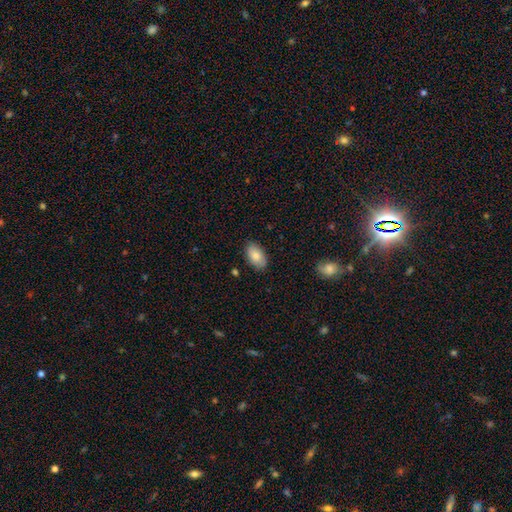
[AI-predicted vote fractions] Smooth or featured? Predicted: smooth (p=0.83). How rounded? Predicted: in between (p=0.94). Merging? Predicted: none (p=0.85).